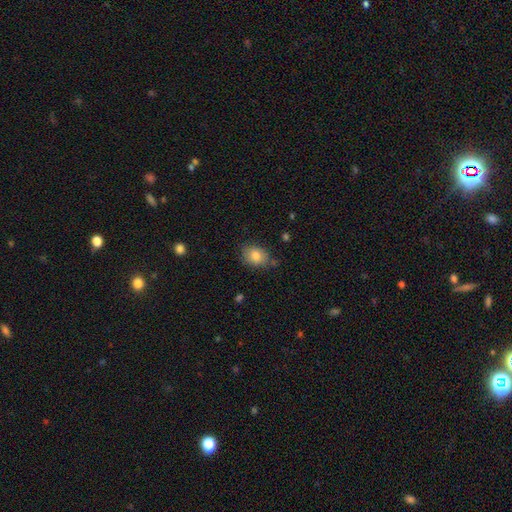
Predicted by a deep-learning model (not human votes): A smooth galaxy with no disk features (82%) that is in between round and cigar-shaped (62%).

Vote fractions:
- Smooth or featured? smooth: 82% / featured or disk: 9% / star or artifact: 9%
- How rounded? in between: 62% / round: 37% / cigar-shaped: 1%
- Merging? none: 74% / minor disturbance: 20% / major disturbance: 4% / merger: 3%